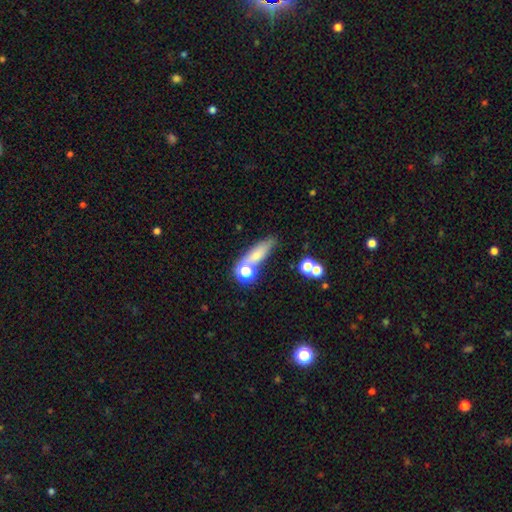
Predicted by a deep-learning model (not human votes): The model was most divided on "how rounded": cigar-shaped: 48%, in between: 38%, round: 14%. More confident: smooth or featured — smooth (62%); merging — none (53%).